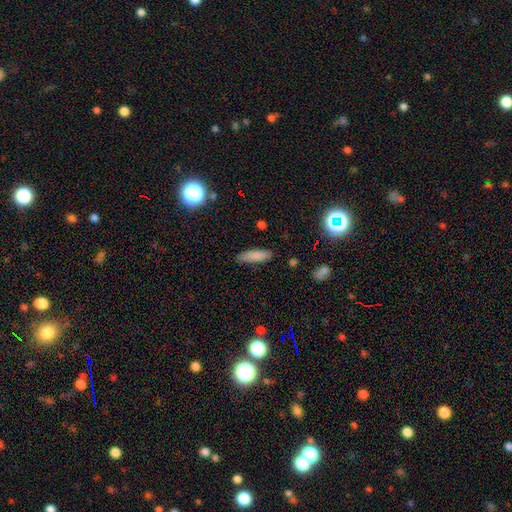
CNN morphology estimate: Smooth or featured? smooth (85%)
How rounded? cigar-shaped (55%)
Merging? none (86%)